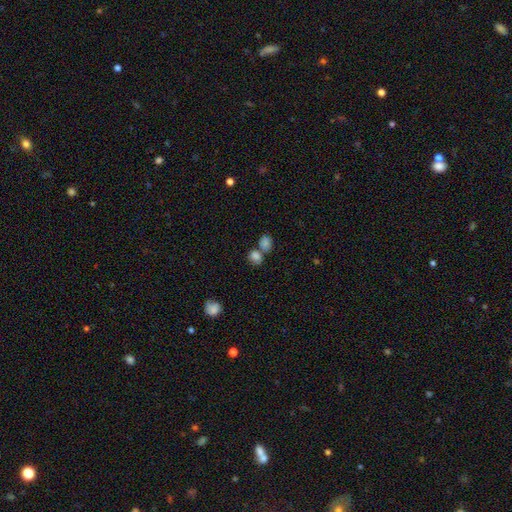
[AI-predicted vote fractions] Q: Smooth or featured?
A: smooth (81%); runner-up: star or artifact (11%)
Q: How rounded?
A: round (53%); runner-up: in between (46%)
Q: Merging?
A: merger (45%); runner-up: none (40%)